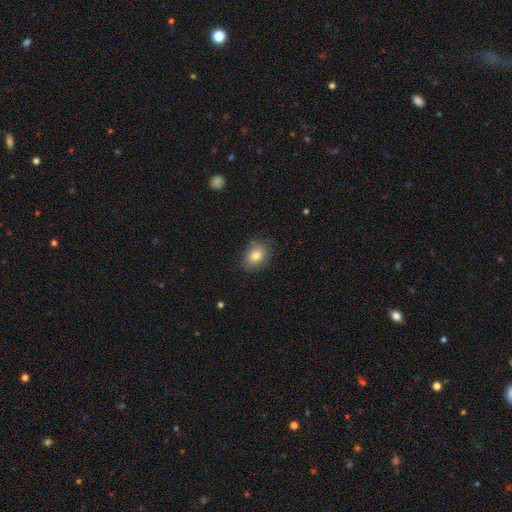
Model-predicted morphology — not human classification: Smooth or featured? Predicted: smooth (p=0.80). How rounded? Predicted: in between (p=0.67). Merging? Predicted: none (p=0.79).